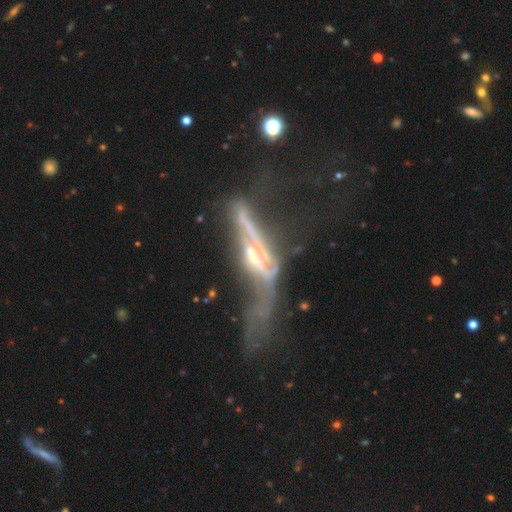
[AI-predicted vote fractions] Smooth or featured?
  - featured or disk: 76% *
  - smooth: 14%
  - star or artifact: 10%
Edge-on disk?
  - yes: 69% *
  - no: 31%
Edge-on bulge?
  - rounded: 59% *
  - boxy: 24%
  - none: 17%
Merging?
  - major disturbance: 49% *
  - none: 21%
  - minor disturbance: 16%
  - merger: 14%